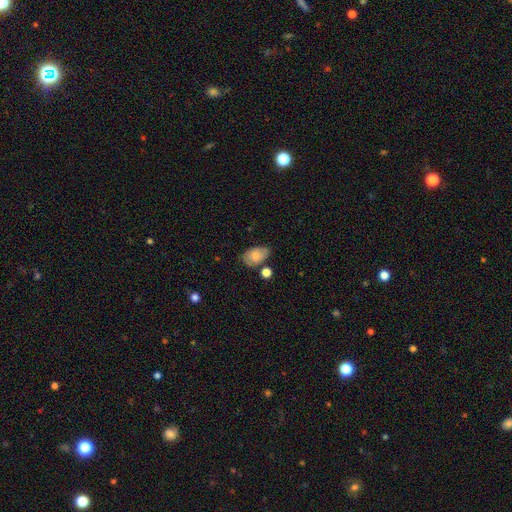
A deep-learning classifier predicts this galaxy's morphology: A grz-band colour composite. It shows a smooth galaxy with no disk features (74%) that is in between round and cigar-shaped (89%). Merging: none (65%).